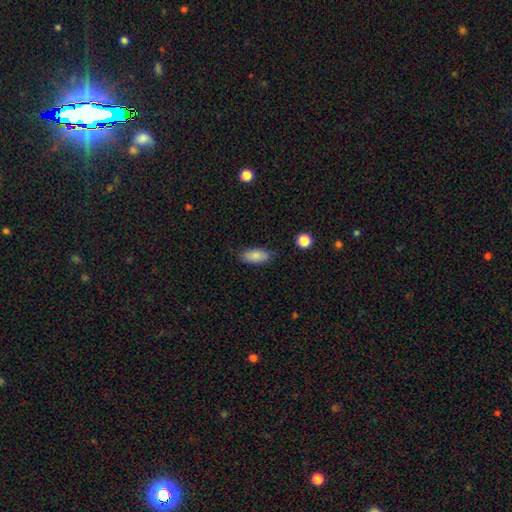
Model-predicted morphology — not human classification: Overall: smooth (85%). How rounded: in between (88%). Merging: none (75%).